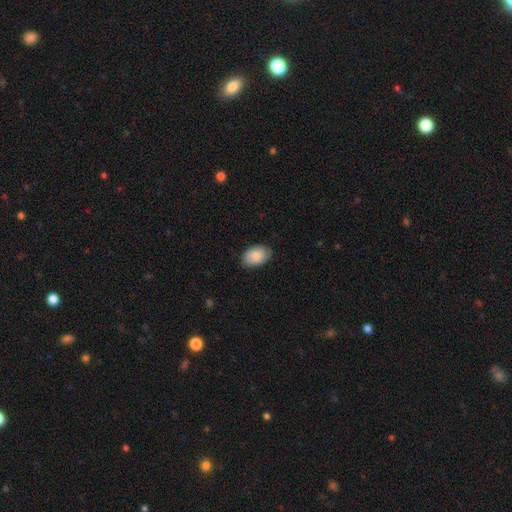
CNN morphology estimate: Q: Smooth or featured?
A: smooth (85%); runner-up: featured or disk (9%)
Q: How rounded?
A: in between (90%); runner-up: round (9%)
Q: Merging?
A: none (84%); runner-up: minor disturbance (13%)